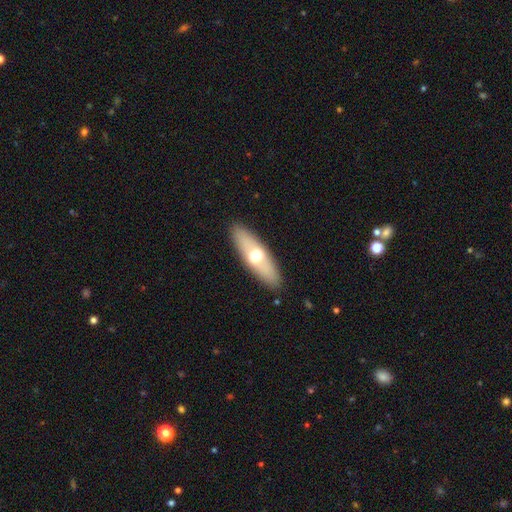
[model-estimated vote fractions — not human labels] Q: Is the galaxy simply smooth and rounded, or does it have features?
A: smooth — 53%.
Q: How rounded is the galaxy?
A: in between — 53%.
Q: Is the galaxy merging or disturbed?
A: none — 89%.